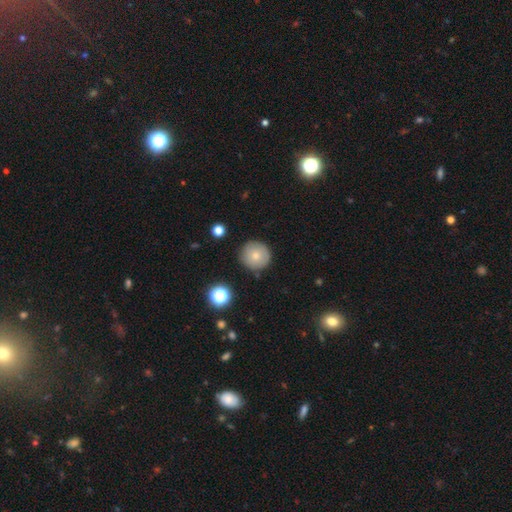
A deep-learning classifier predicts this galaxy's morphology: smooth 75%, featured or disk 15%, star or artifact 10%. Down the decision tree: how rounded — round (95%); merging — none (86%).